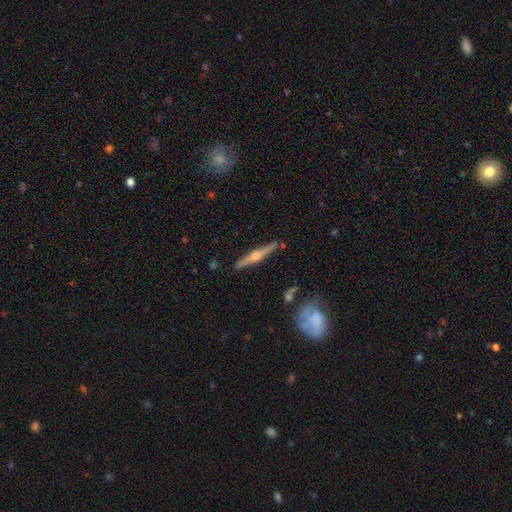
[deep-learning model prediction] Overall: featured or disk (79%). Edge-on disk: yes (98%). Edge-on bulge: rounded (91%). Merging: none (89%).